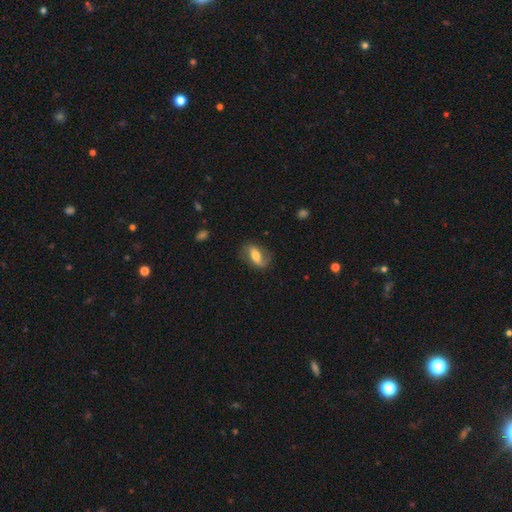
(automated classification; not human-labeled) Morphology: type=featured or disk (47%); merging=none (72%).